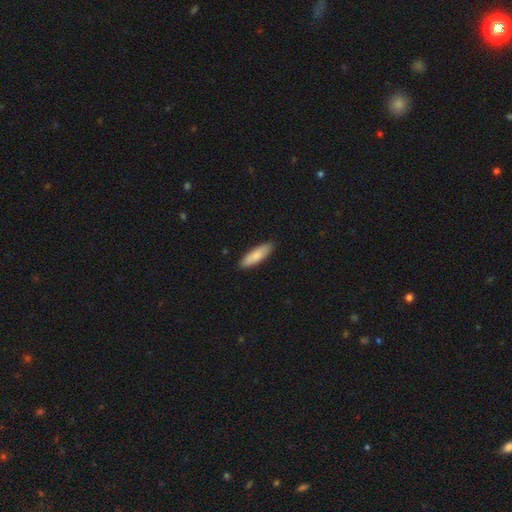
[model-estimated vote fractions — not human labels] Smooth or featured? smooth (85%)
How rounded? cigar-shaped (54%)
Merging? none (89%)